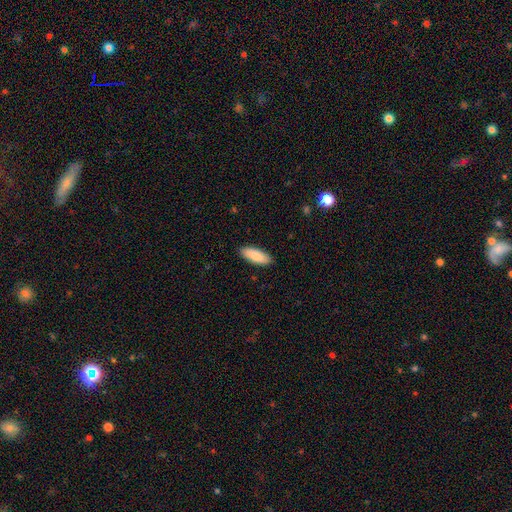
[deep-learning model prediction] Smooth or featured? Predicted: smooth (p=0.87). How rounded? Predicted: in between (p=0.73). Merging? Predicted: none (p=0.89).